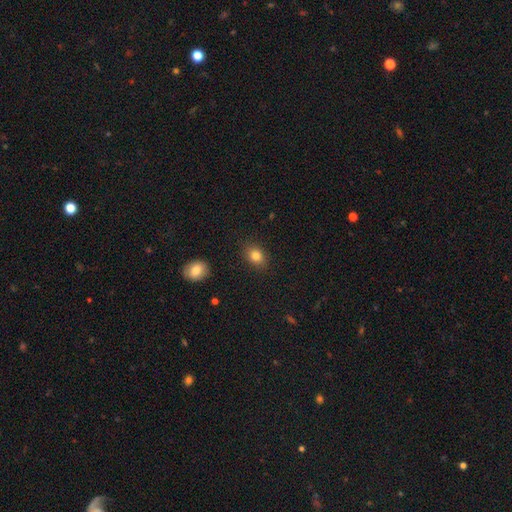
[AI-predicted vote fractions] This appears to be a smooth galaxy with no disk features (83%) that is in between round and cigar-shaped (63%). Merging: none (87%).